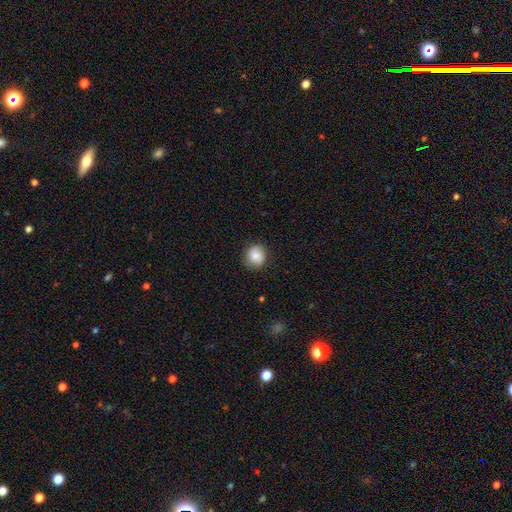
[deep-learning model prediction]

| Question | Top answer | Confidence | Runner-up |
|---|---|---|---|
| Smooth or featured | smooth | 86% | star or artifact (8%) |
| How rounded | round | 81% | in between (18%) |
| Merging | none | 84% | minor disturbance (12%) |